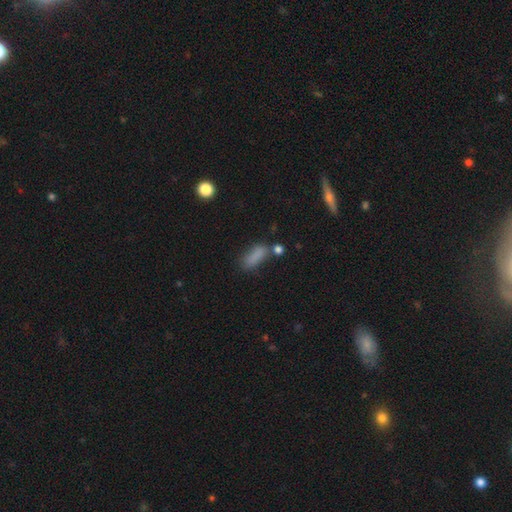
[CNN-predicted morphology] Smooth or featured?
  - smooth: 80% *
  - star or artifact: 11%
  - featured or disk: 9%
How rounded?
  - in between: 63% *
  - cigar-shaped: 33%
  - round: 4%
Merging?
  - none: 55% *
  - minor disturbance: 23%
  - merger: 12%
  - major disturbance: 10%